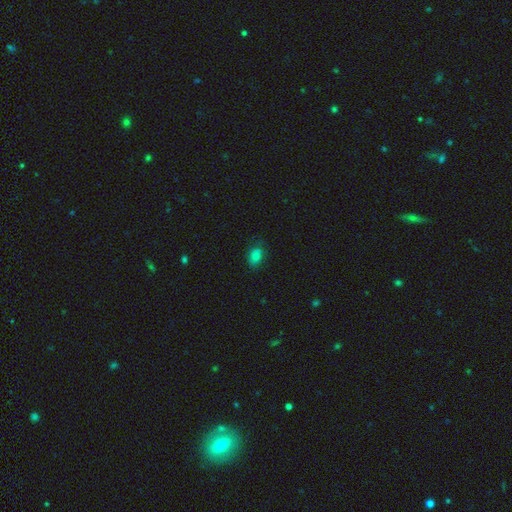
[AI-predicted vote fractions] smooth 78%, star or artifact 13%, featured or disk 9%. Down the decision tree: how rounded — in between (76%); merging — none (72%).